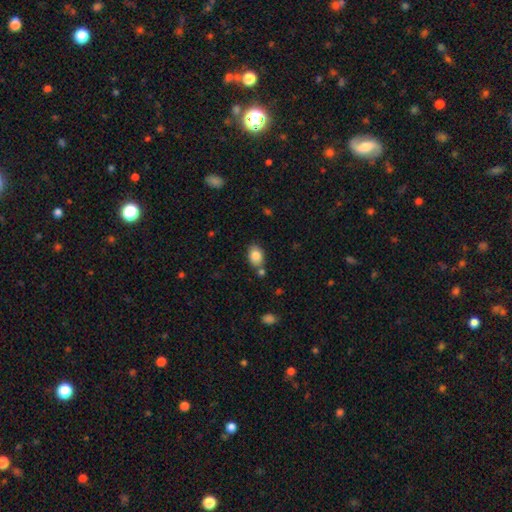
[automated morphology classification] A smooth galaxy with no disk features (85%) that is in between round and cigar-shaped (78%). Merging: none (71%).